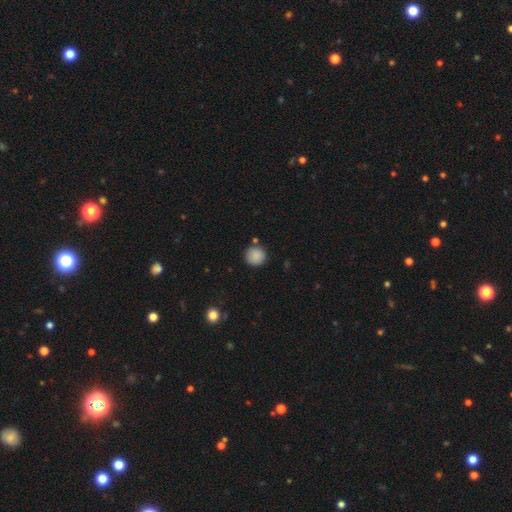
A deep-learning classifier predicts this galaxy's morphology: A smooth galaxy with no disk features (88%) that is round (94%).

Vote fractions:
- Smooth or featured? smooth: 88% / star or artifact: 8% / featured or disk: 4%
- How rounded? round: 94% / in between: 5% / cigar-shaped: 1%
- Merging? none: 86% / minor disturbance: 8% / merger: 4% / major disturbance: 2%